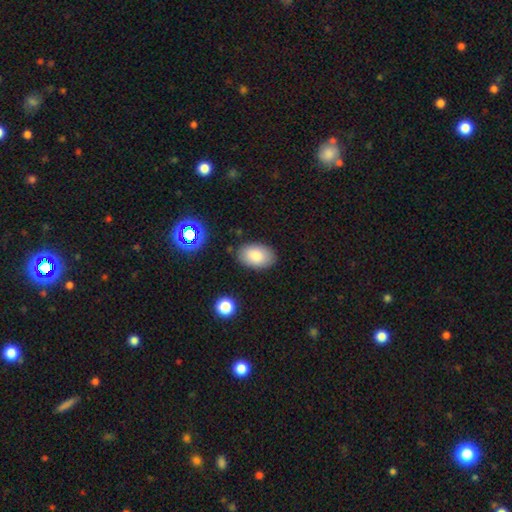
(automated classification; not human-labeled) A smooth galaxy with no disk features (85%) that is in between round and cigar-shaped (91%).

Vote fractions:
- Smooth or featured? smooth: 85% / star or artifact: 8% / featured or disk: 6%
- How rounded? in between: 91% / round: 8% / cigar-shaped: 1%
- Merging? none: 83% / minor disturbance: 12% / major disturbance: 3% / merger: 2%